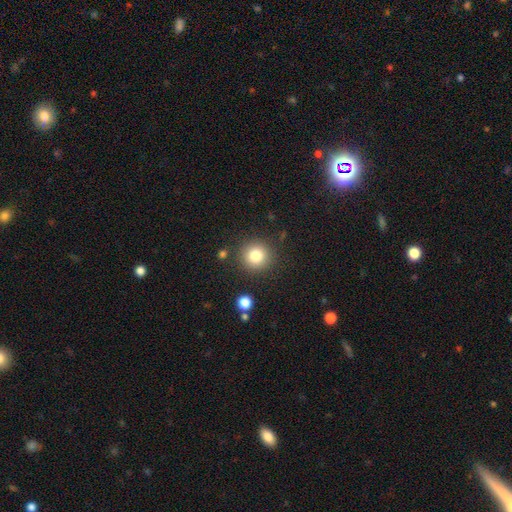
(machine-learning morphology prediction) A smooth galaxy with no disk features (81%) that is round (94%).

Vote fractions:
- Smooth or featured? smooth: 81% / star or artifact: 11% / featured or disk: 8%
- How rounded? round: 94% / in between: 5% / cigar-shaped: 1%
- Merging? none: 87% / minor disturbance: 7% / major disturbance: 3% / merger: 3%